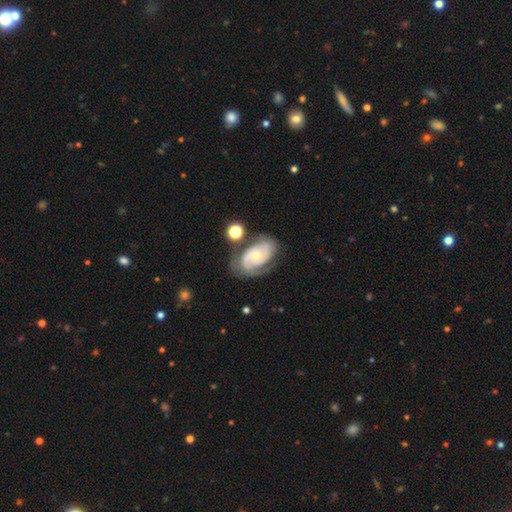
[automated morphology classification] This is clearly a featured or disk galaxy (82%). It is clearly not viewed edge-on (96%). Bar: likely no (69%). Spiral arm pattern: clearly yes (93%). Spiral arm count: possibly 2 (60%). Spiral winding: possibly tight (54%). Central bulge: possibly small (58%). Merging: likely none (62%).